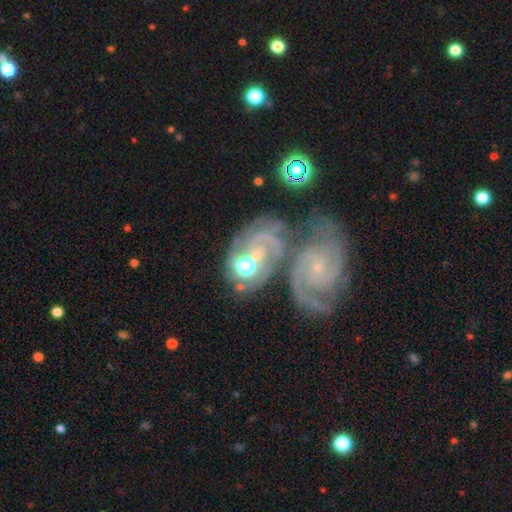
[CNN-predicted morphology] Smooth or featured: featured or disk — 80% (smooth — 11%)
Edge-on disk: no — 96% (yes — 4%)
Bar: no — 71% (weak — 21%)
Spiral arms: yes — 93% (no — 7%)
Spiral winding: tight — 53% (medium — 38%)
Spiral arm count: 2 — 43% (3 — 21%)
Bulge size: small — 65% (moderate — 25%)
Merging: merger — 56% (none — 26%)